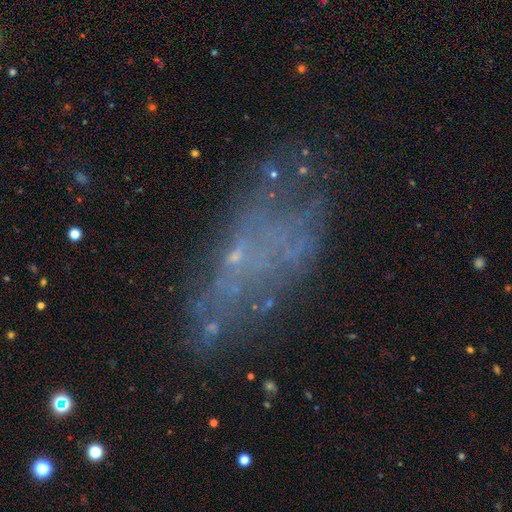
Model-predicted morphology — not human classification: Q: Smooth or featured?
A: featured or disk (45%); runner-up: smooth (28%)
Q: Merging?
A: none (55%); runner-up: major disturbance (20%)